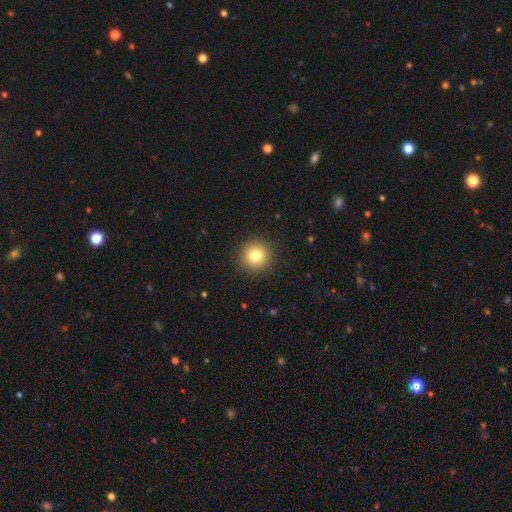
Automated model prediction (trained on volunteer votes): Smooth or featured: smooth — 80% (star or artifact — 12%)
How rounded: round — 95% (in between — 4%)
Merging: none — 92% (minor disturbance — 5%)